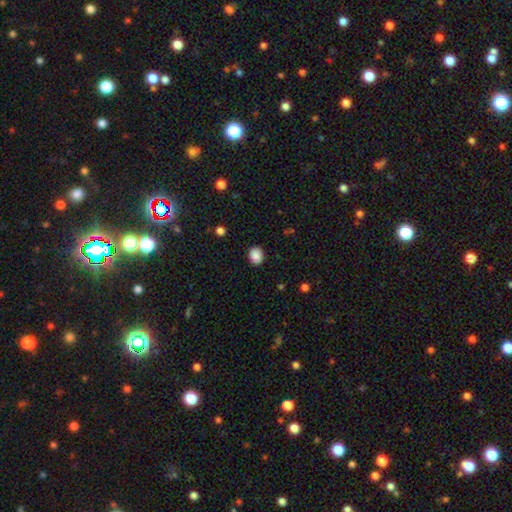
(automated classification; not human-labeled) A smooth galaxy with no disk features (89%) that is round (51%).

Vote fractions:
- Smooth or featured? smooth: 89% / star or artifact: 9% / featured or disk: 3%
- How rounded? round: 51% / in between: 48% / cigar-shaped: 1%
- Merging? none: 89% / minor disturbance: 8% / major disturbance: 2% / merger: 1%